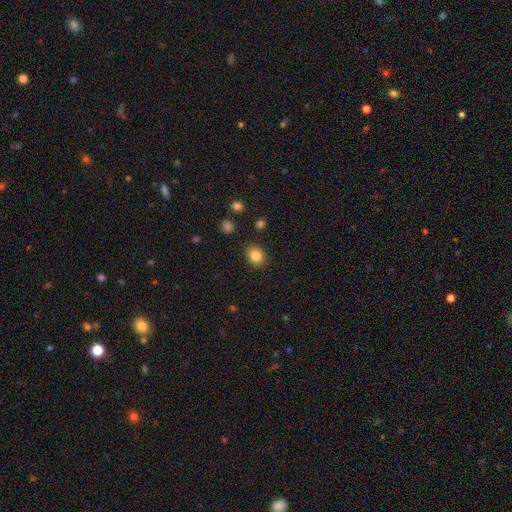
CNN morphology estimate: A smooth galaxy with no disk features (84%) that is in between round and cigar-shaped (54%). Merging: none (88%).